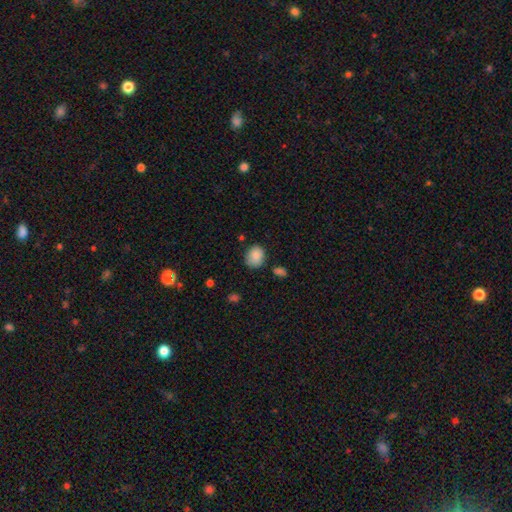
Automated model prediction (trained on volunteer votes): Smooth or featured: smooth — 87% (star or artifact — 8%)
How rounded: round — 58% (in between — 41%)
Merging: none — 73% (minor disturbance — 19%)